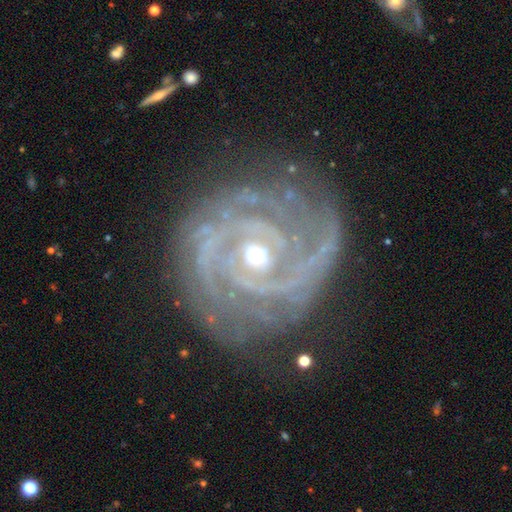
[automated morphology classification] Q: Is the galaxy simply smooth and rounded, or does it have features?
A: featured or disk — 91%.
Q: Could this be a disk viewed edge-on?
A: no — 97%.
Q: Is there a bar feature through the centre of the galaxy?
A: no — 58%.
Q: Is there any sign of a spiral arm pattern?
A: yes — 98%.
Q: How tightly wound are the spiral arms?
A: tight — 80%.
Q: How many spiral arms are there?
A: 2 — 30%.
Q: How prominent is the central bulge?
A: moderate — 57%.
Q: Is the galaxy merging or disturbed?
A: none — 76%.